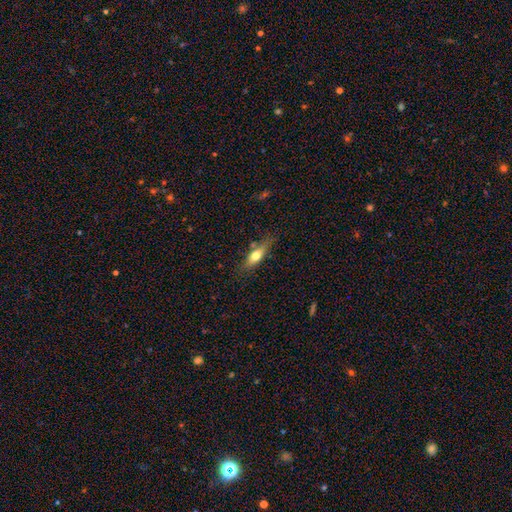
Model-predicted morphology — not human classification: Q: Smooth or featured?
A: smooth (59%); runner-up: featured or disk (34%)
Q: How rounded?
A: in between (49%); runner-up: cigar-shaped (48%)
Q: Merging?
A: none (70%); runner-up: minor disturbance (19%)